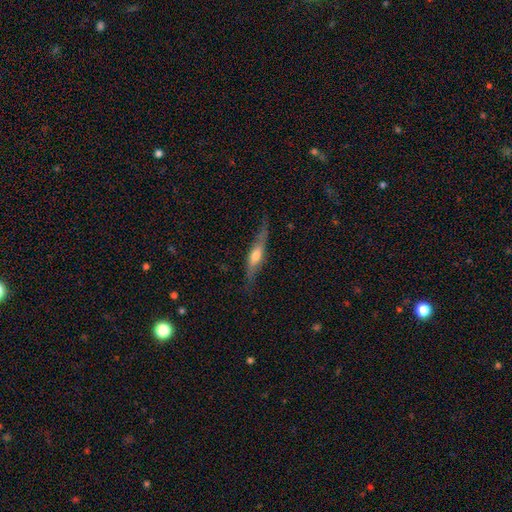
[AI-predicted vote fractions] Morphology: type=featured or disk (55%); edge-on=yes (85%); merging=none (73%).